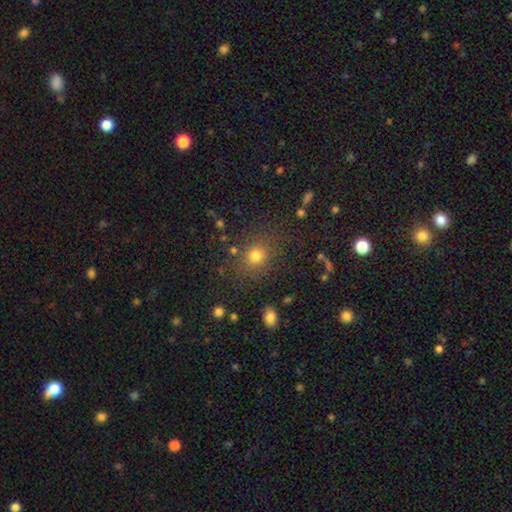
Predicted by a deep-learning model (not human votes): This is likely a smooth galaxy (76%). How rounded: likely round (77%). Merging: clearly none (82%).